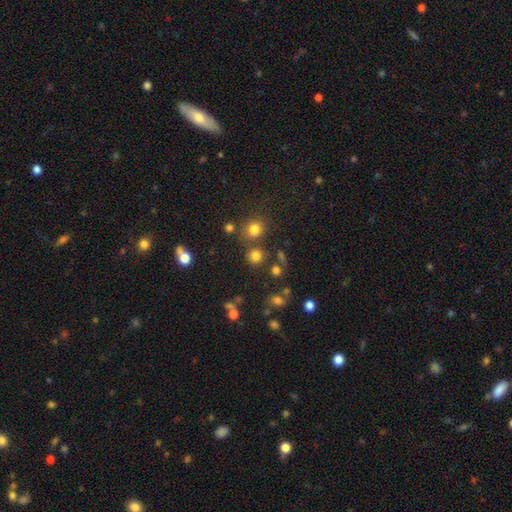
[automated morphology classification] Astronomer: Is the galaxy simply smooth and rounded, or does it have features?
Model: smooth — 77%.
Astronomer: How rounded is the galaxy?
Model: round — 89%.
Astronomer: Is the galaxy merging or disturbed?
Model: none — 75%.